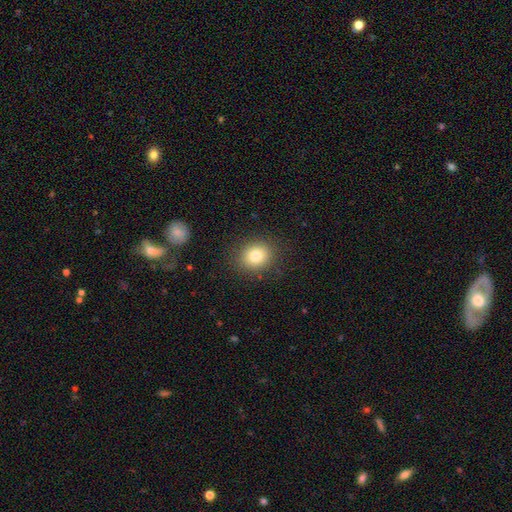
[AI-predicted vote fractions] smooth-or-featured: smooth: 80% | star or artifact: 11% | featured or disk: 9%
  how-rounded: round: 72% | in between: 27% | cigar-shaped: 1%
  merging: none: 87% | minor disturbance: 8% | major disturbance: 3% | merger: 1%